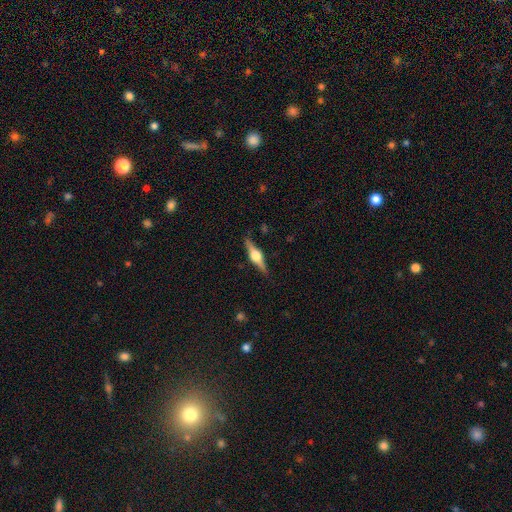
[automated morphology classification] smooth_or_featured: featured or disk (p=0.79) [alt: smooth p=0.16]
disk_edge_on: yes (p=0.98) [alt: no p=0.02]
edge_on_bulge: rounded (p=0.94) [alt: boxy p=0.05]
merging: none (p=0.88) [alt: minor disturbance p=0.09]